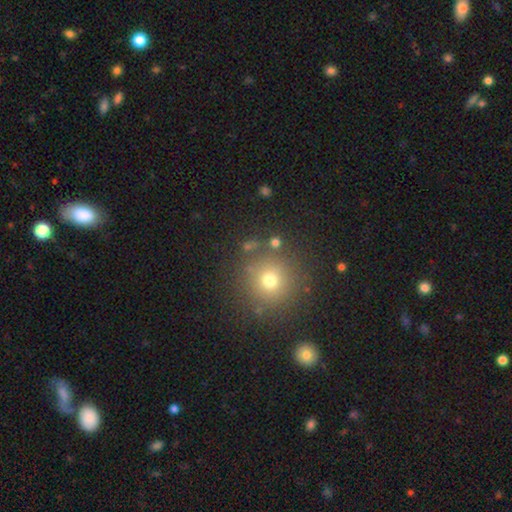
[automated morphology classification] Smooth or featured?
  - smooth: 63% *
  - star or artifact: 26%
  - featured or disk: 10%
How rounded?
  - round: 94% *
  - in between: 5%
  - cigar-shaped: 1%
Merging?
  - none: 83% *
  - minor disturbance: 8%
  - merger: 6%
  - major disturbance: 3%